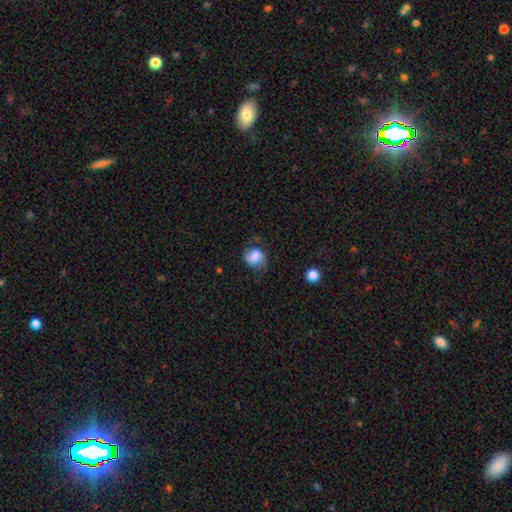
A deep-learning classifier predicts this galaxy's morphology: Overall: smooth (52%; featured or disk 39%). How rounded: round (49%, tied with in between). Merging: none (51%; minor disturbance 29%).